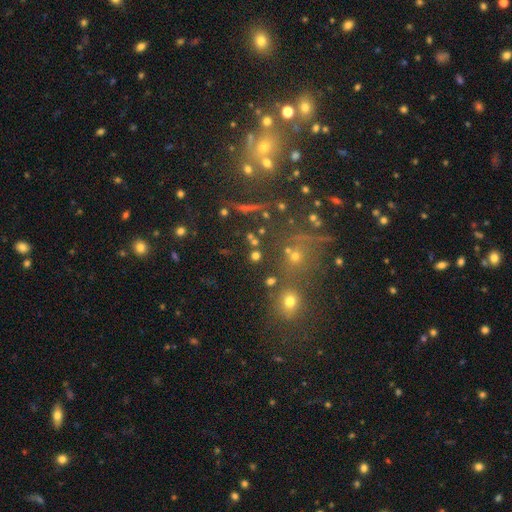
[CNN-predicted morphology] This is likely a smooth galaxy (63%). How rounded: clearly round (86%). Merging: likely none (80%).